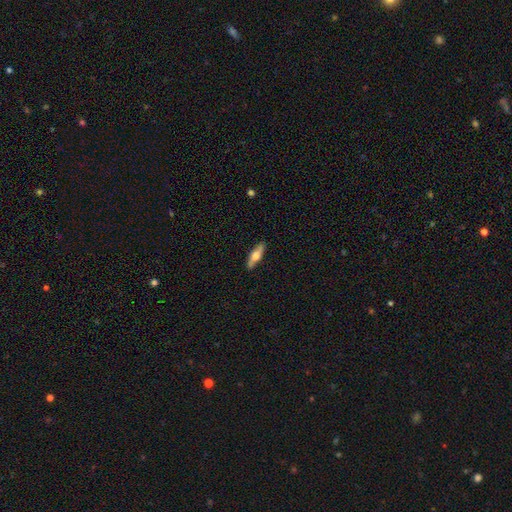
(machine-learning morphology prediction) A featured or disk galaxy (49%). Merging: none (87%).